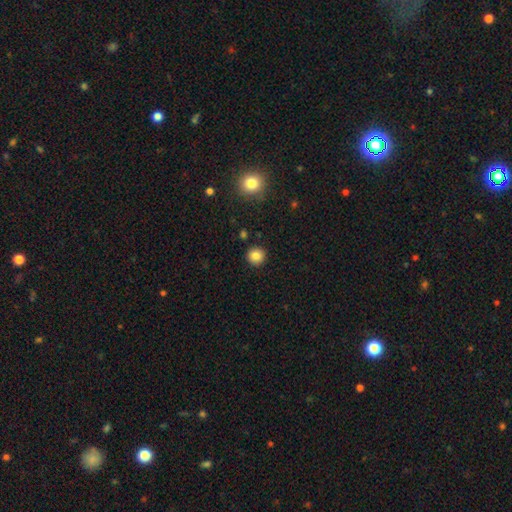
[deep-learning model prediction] This appears to be a smooth galaxy with no disk features (84%) that is round (92%). Merging: none (91%).